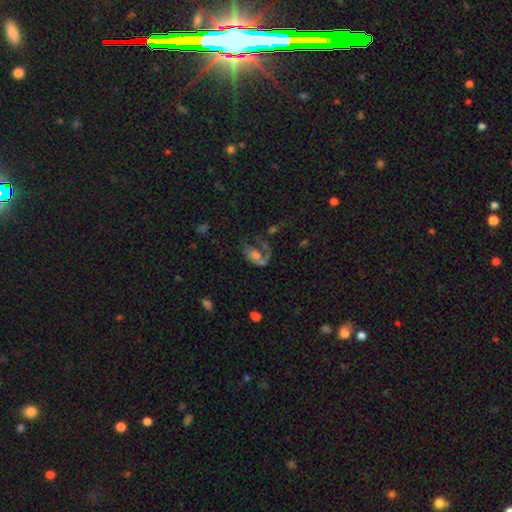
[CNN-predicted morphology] The model was most divided on "merging": major disturbance: 46%, none: 28%, minor disturbance: 13%, merger: 12%. Remaining: edge-on disk — no (96%); bar — no (74%); spiral arms — yes (72%); smooth or featured — featured or disk (62%); bulge size — moderate (45%).